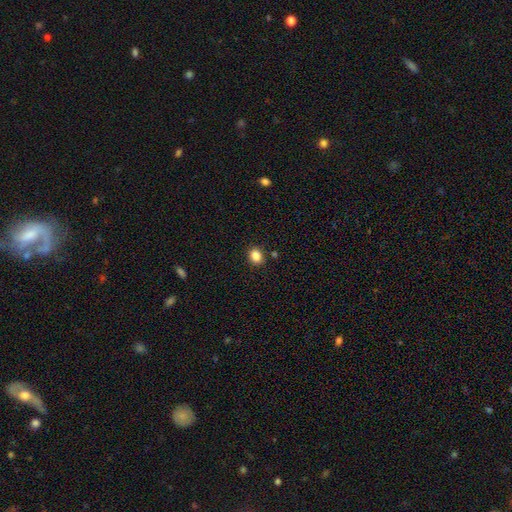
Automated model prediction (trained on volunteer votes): This is clearly a smooth galaxy (85%). How rounded: possibly round (54%). Merging: clearly none (85%).